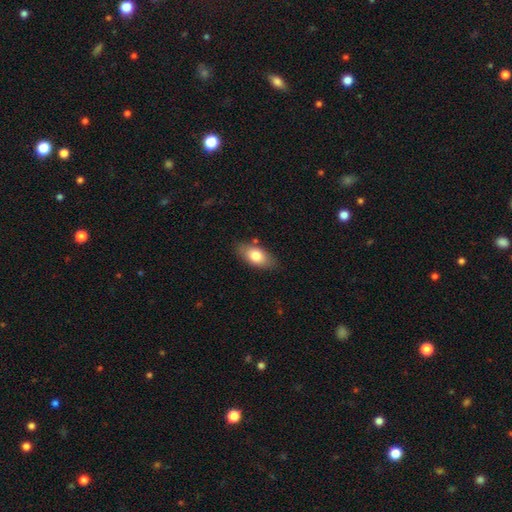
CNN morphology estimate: Smooth or featured: smooth — 77% (featured or disk — 16%)
How rounded: in between — 89% (cigar-shaped — 6%)
Merging: none — 80% (minor disturbance — 14%)